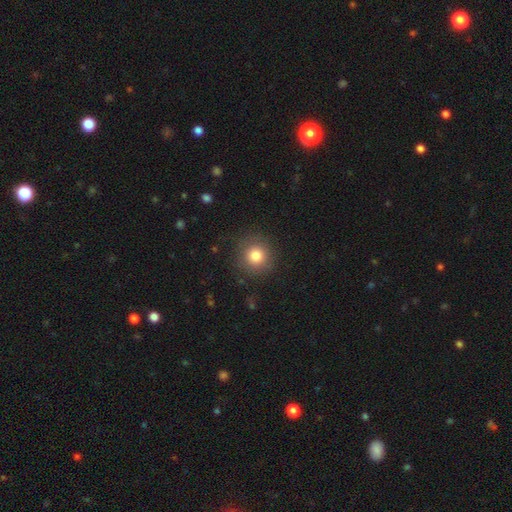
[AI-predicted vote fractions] A smooth galaxy with no disk features (80%) that is round (94%). Merging: none (87%).